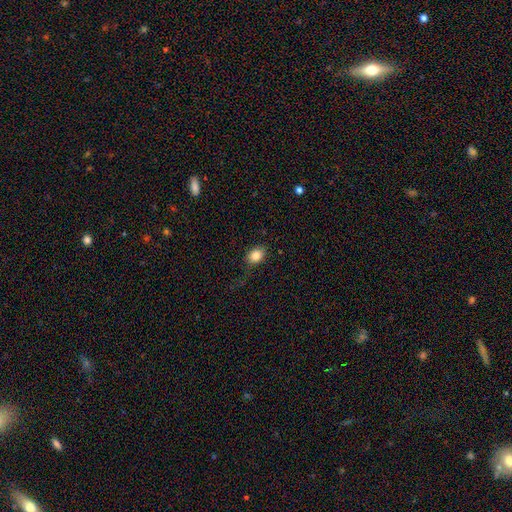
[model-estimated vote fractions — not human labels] smooth 84%, star or artifact 9%, featured or disk 7%. Down the decision tree: how rounded — in between (64%); merging — none (72%).